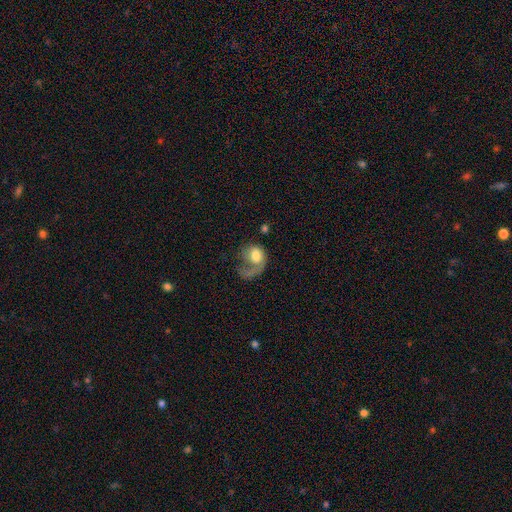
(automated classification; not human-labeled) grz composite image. It shows a featured or disk galaxy (47%). Merging: major disturbance (57%).